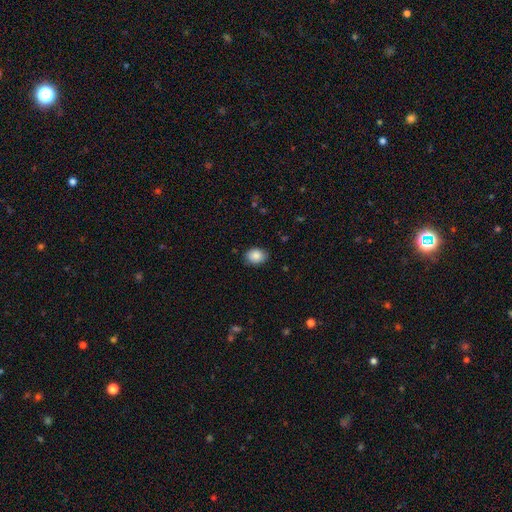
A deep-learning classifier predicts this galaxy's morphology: Q: Smooth or featured?
A: smooth (88%); runner-up: star or artifact (8%)
Q: How rounded?
A: in between (65%); runner-up: round (34%)
Q: Merging?
A: none (85%); runner-up: minor disturbance (12%)